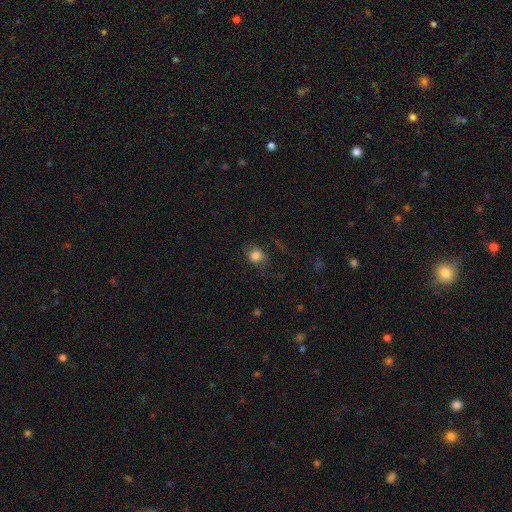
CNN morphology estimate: This is likely a smooth galaxy (79%). How rounded: likely round (61%). Merging: possibly none (59%).